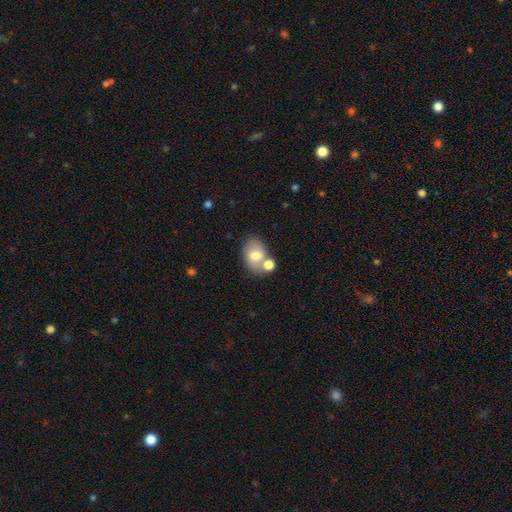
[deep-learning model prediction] A smooth galaxy with no disk features (70%) that is in between round and cigar-shaped (73%).

Vote fractions:
- Smooth or featured? smooth: 70% / featured or disk: 22% / star or artifact: 8%
- How rounded? in between: 73% / round: 26% / cigar-shaped: 1%
- Merging? none: 53% / merger: 29% / minor disturbance: 14% / major disturbance: 5%